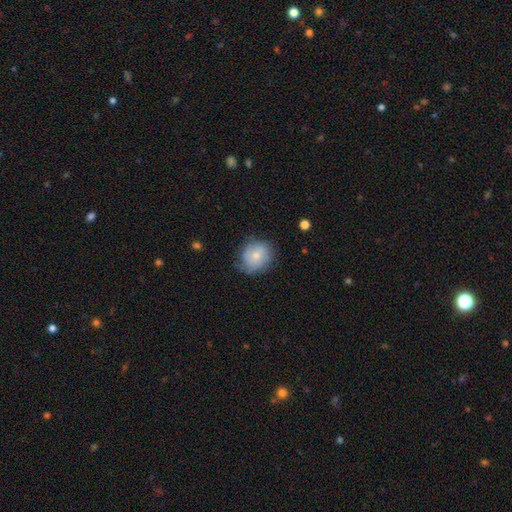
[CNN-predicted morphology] Smooth or featured? smooth (59%)
How rounded? round (73%)
Merging? none (62%)